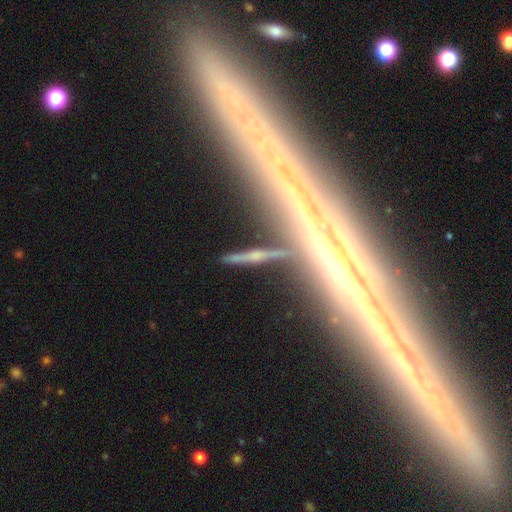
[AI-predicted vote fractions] Smooth or featured?
  - featured or disk: 51% *
  - star or artifact: 28%
  - smooth: 21%
Edge-on disk?
  - yes: 79% *
  - no: 21%
Merging?
  - none: 80% *
  - minor disturbance: 12%
  - merger: 4%
  - major disturbance: 4%